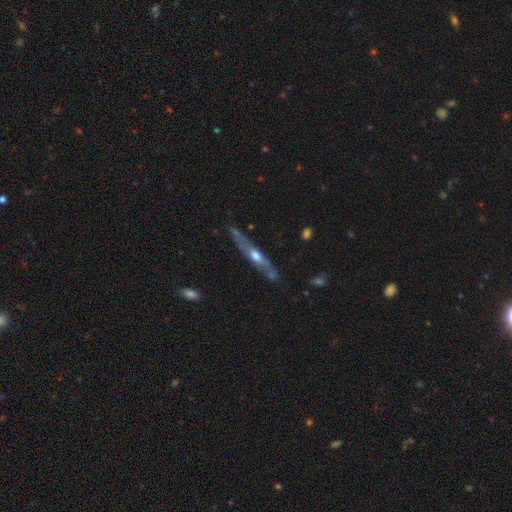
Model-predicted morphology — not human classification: The model was most divided on "smooth or featured": featured or disk: 69%, smooth: 26%, star or artifact: 6%. More confident: edge-on disk — yes (80%); edge-on bulge — rounded (79%); merging — none (71%).